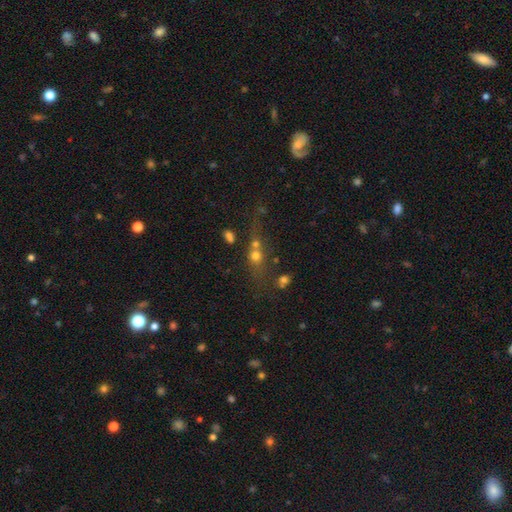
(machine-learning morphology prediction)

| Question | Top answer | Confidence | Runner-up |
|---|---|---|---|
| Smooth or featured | smooth | 60% | featured or disk (20%) |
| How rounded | round | 65% | in between (26%) |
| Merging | merger | 49% | none (33%) |